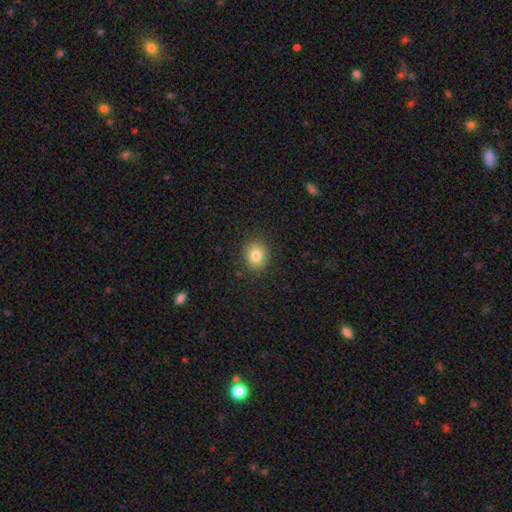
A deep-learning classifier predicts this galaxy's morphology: smooth 81%, star or artifact 9%, featured or disk 9%. Down the decision tree: how rounded — round (66%); merging — none (88%).